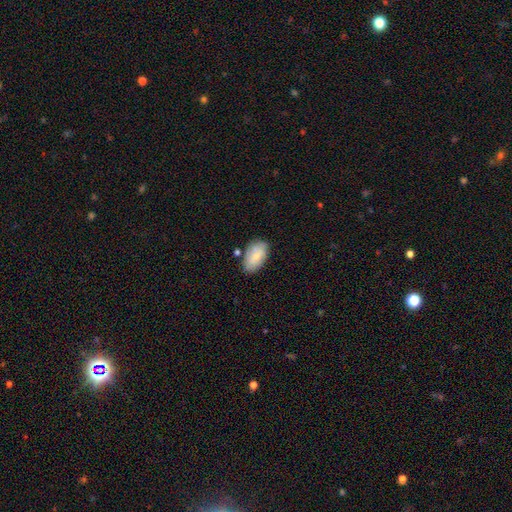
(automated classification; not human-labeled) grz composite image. It shows a smooth galaxy with no disk features (73%) that is in between round and cigar-shaped (93%). Merging: none (73%).